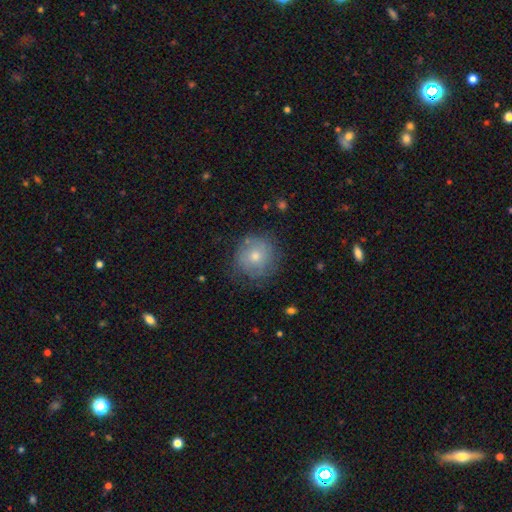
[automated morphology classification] smooth 53%, featured or disk 36%, star or artifact 10%. Down the decision tree: how rounded — round (91%); merging — none (74%).